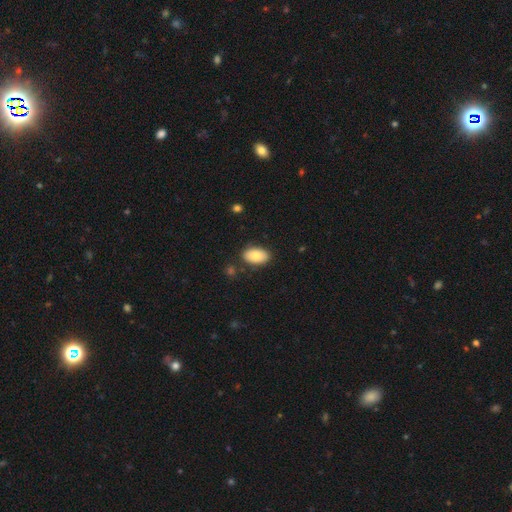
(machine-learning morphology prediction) Overall: smooth (84%). How rounded: in between (93%). Merging: none (84%).